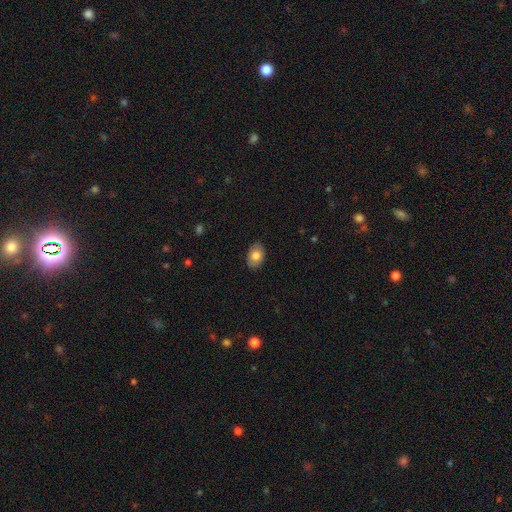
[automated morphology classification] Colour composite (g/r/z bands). It shows a smooth galaxy with no disk features (79%) that is in between round and cigar-shaped (81%). Merging: none (87%).